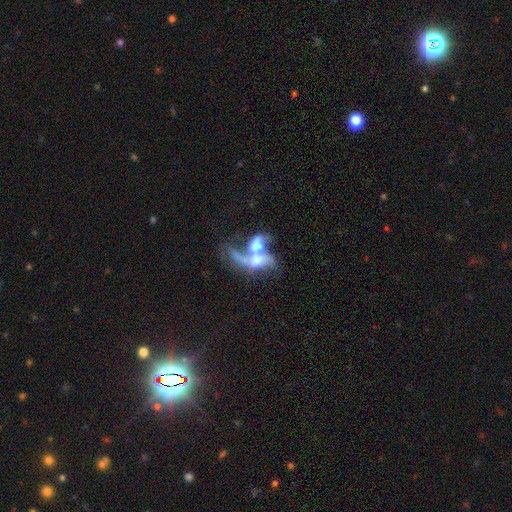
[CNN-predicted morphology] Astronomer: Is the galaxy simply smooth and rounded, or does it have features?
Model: featured or disk — 59%.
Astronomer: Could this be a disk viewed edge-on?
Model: no — 95%.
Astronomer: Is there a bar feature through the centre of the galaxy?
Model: no — 74%.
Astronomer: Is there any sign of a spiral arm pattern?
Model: no — 62% (runner-up: yes, 38%).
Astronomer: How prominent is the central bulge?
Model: none — 37% (runner-up: moderate, 25%).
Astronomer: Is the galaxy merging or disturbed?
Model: merger — 67%.